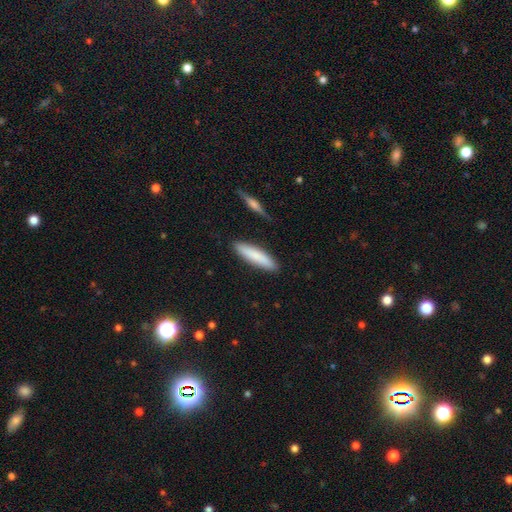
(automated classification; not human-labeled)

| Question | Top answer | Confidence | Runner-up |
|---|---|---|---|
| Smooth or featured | smooth | 81% | featured or disk (13%) |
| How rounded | cigar-shaped | 78% | in between (20%) |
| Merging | none | 87% | minor disturbance (9%) |